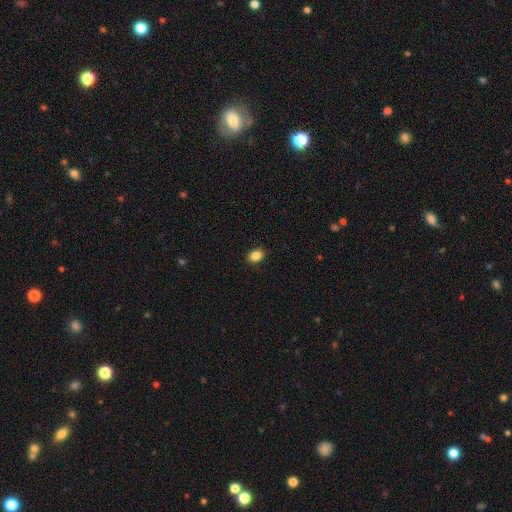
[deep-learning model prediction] A smooth galaxy with no disk features (86%) that is in between round and cigar-shaped (70%). Merging: none (90%).